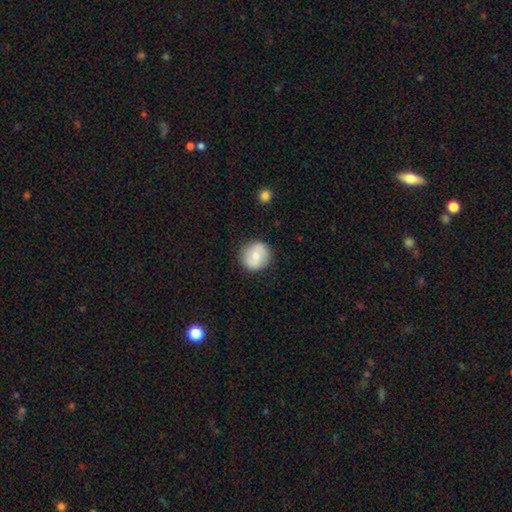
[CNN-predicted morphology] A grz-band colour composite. It shows a smooth galaxy with no disk features (65%) that is round (88%). Merging: none (86%).